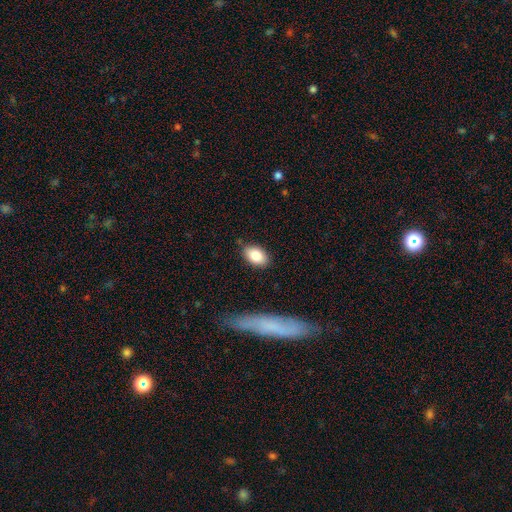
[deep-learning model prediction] smooth-or-featured: smooth: 84% | featured or disk: 9% | star or artifact: 7%
  how-rounded: in between: 88% | round: 11% | cigar-shaped: 2%
  merging: none: 84% | minor disturbance: 11% | major disturbance: 2% | merger: 2%